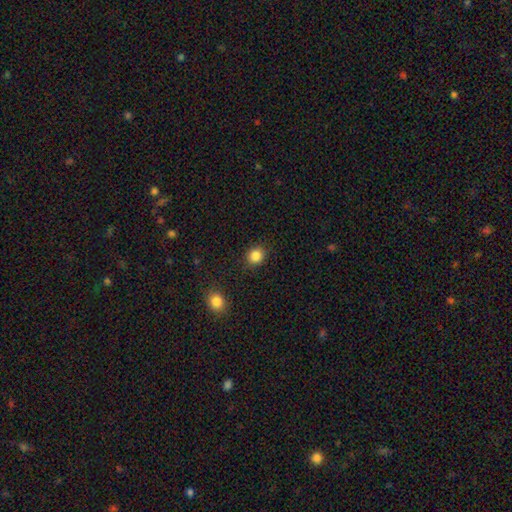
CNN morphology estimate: The model was most divided on "how rounded": round: 80%, in between: 19%, cigar-shaped: 1%. More confident: merging — none (89%); smooth or featured — smooth (86%).